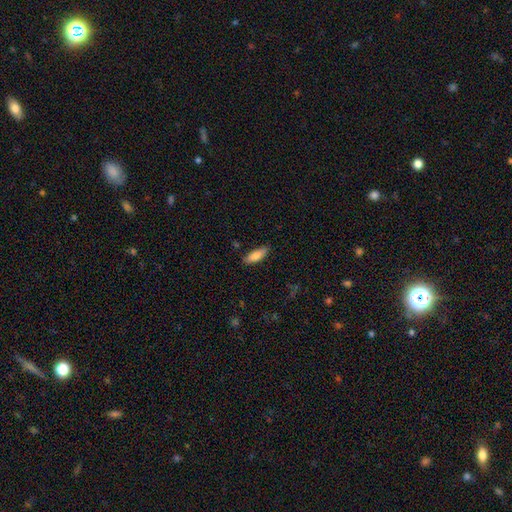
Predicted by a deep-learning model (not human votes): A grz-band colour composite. It shows a smooth galaxy with no disk features (81%) that is in between round and cigar-shaped (61%). Merging: none (85%).